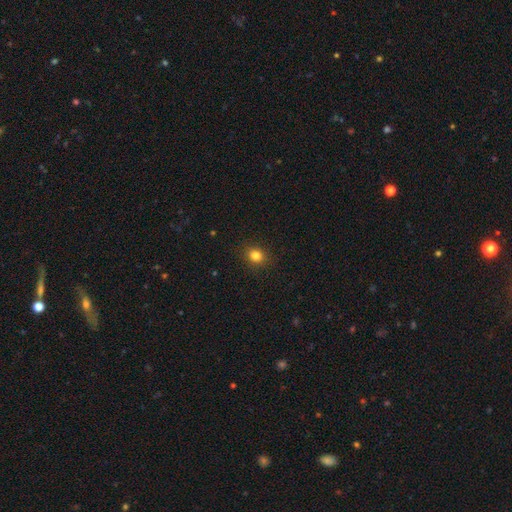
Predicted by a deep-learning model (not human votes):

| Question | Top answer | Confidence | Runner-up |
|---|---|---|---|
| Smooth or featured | smooth | 82% | star or artifact (13%) |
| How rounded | round | 72% | in between (27%) |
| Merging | none | 90% | minor disturbance (7%) |